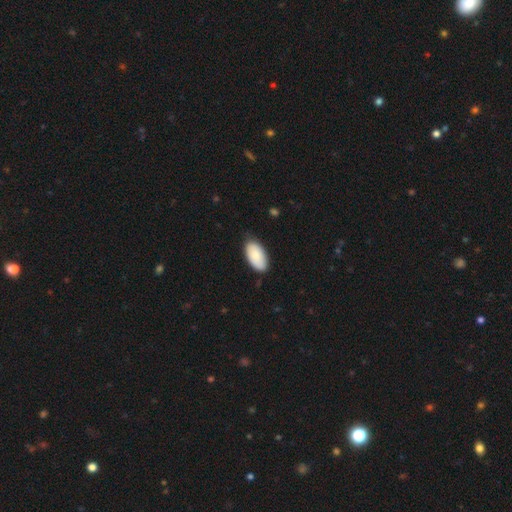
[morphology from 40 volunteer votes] smooth 90%, featured or disk 8%, star or artifact 2%. Down the decision tree: how rounded — in between (100%); merging — none (72%).